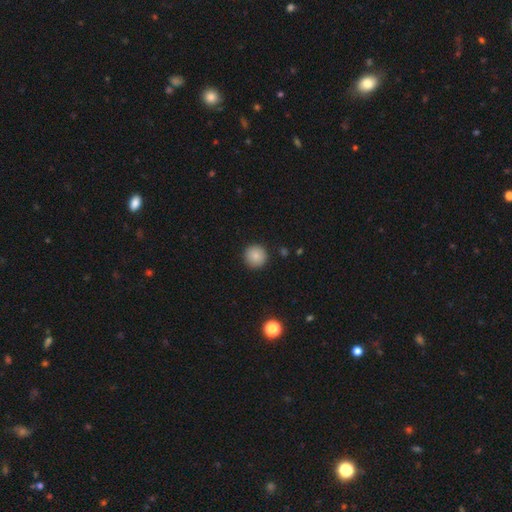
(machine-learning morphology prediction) This is clearly a smooth galaxy (85%). How rounded: clearly round (95%). Merging: clearly none (91%).